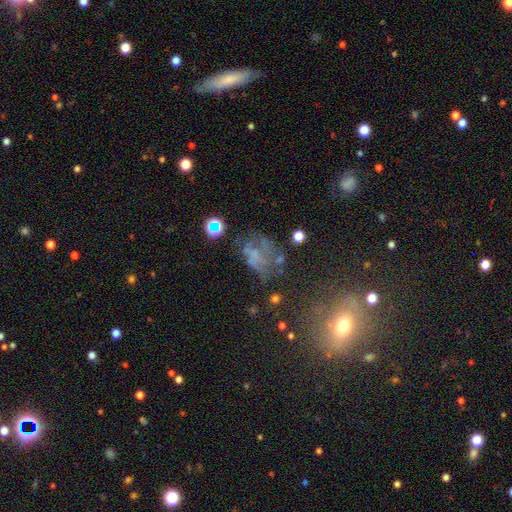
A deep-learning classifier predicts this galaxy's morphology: This is marginally a featured or disk galaxy (41%). Merging: marginally none (42%).